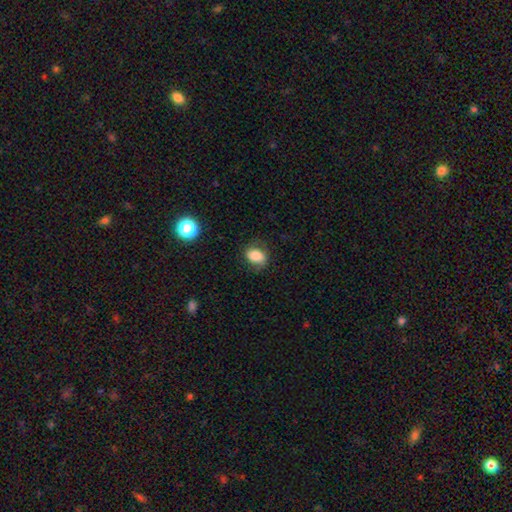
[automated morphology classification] The model was most divided on "how rounded": in between: 64%, round: 35%, cigar-shaped: 1%. More confident: smooth or featured — smooth (76%); merging — none (73%).